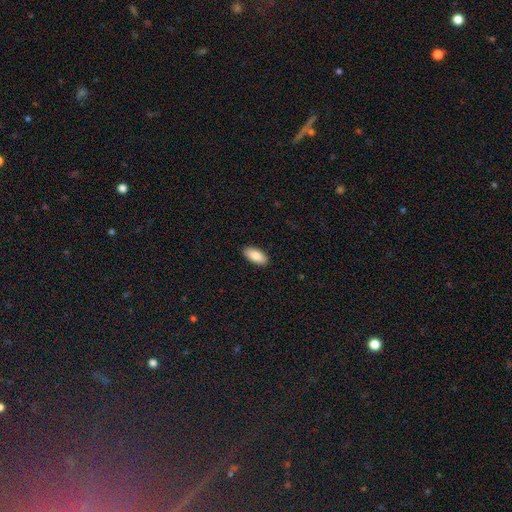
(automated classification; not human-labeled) smooth 87%, featured or disk 8%, star or artifact 6%. Down the decision tree: how rounded — in between (90%); merging — none (90%).